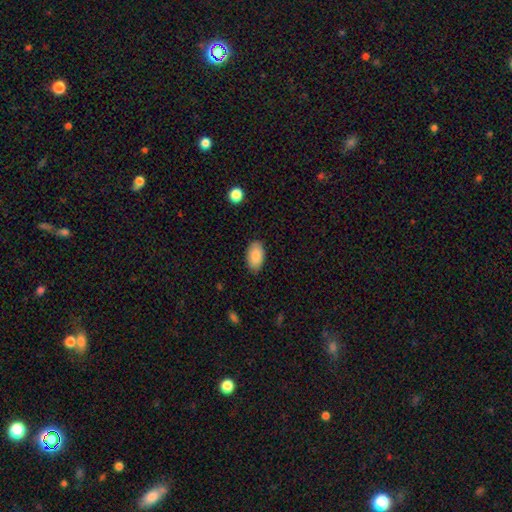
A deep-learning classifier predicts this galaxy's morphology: smooth-or-featured: smooth: 88% | star or artifact: 7% | featured or disk: 5%
  how-rounded: in between: 95% | round: 4% | cigar-shaped: 2%
  merging: none: 86% | minor disturbance: 10% | major disturbance: 2% | merger: 1%